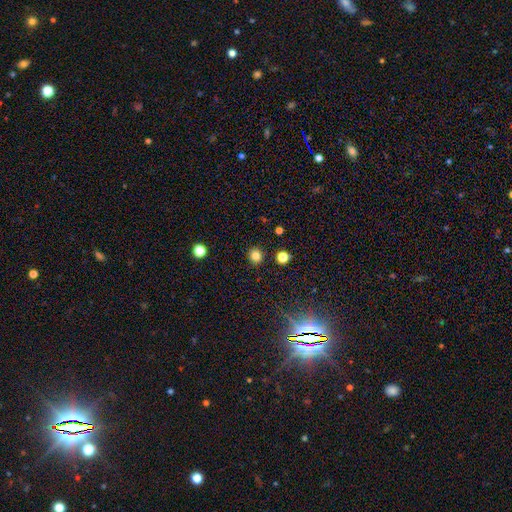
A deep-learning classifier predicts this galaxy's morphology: Q: Smooth or featured?
A: smooth (81%); runner-up: star or artifact (14%)
Q: How rounded?
A: round (87%); runner-up: in between (12%)
Q: Merging?
A: none (90%); runner-up: minor disturbance (6%)